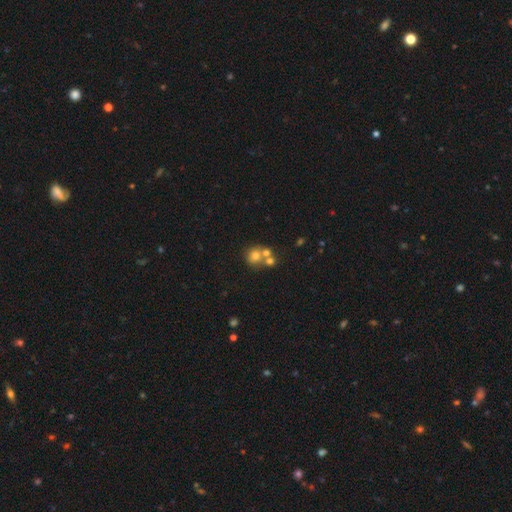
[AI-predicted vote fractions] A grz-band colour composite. It shows a smooth galaxy with no disk features (66%) that is round (82%). Merging: merger (47%).